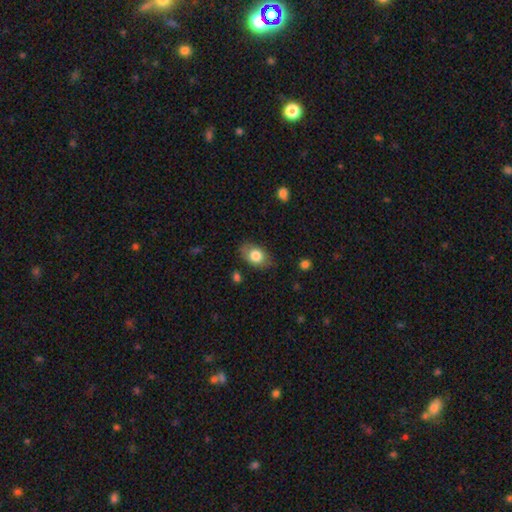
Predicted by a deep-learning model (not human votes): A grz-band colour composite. It shows a smooth galaxy with no disk features (78%) that is in between round and cigar-shaped (84%). Merging: none (77%).